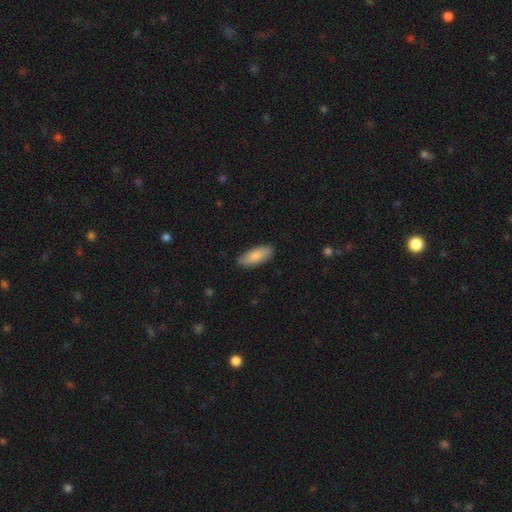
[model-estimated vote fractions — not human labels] Smooth or featured? smooth (86%)
How rounded? in between (78%)
Merging? none (87%)